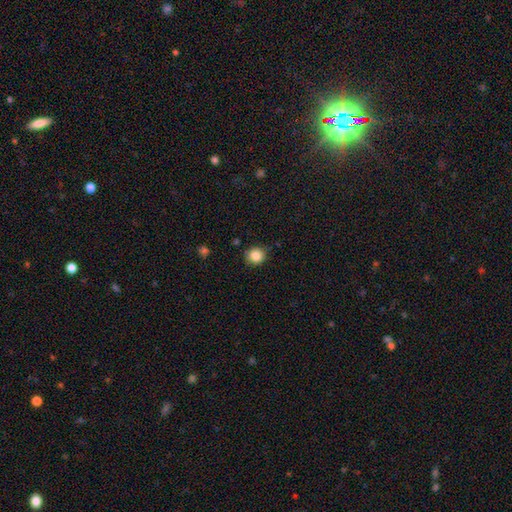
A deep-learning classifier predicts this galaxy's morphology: This appears to be a smooth galaxy with no disk features (86%) that is round (89%). Merging: none (85%).